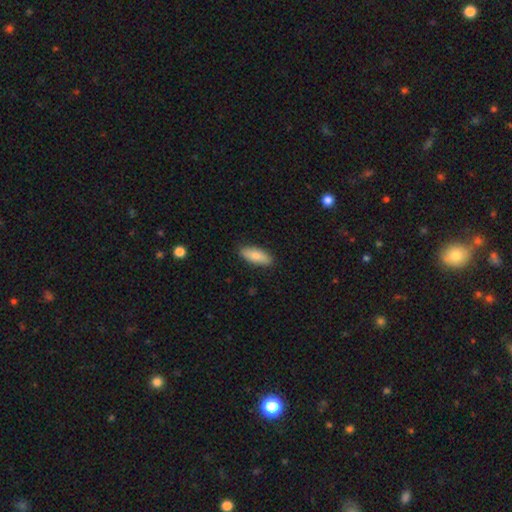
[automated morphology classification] This appears to be a smooth galaxy with no disk features (81%) that is in between round and cigar-shaped (75%). Merging: none (87%).